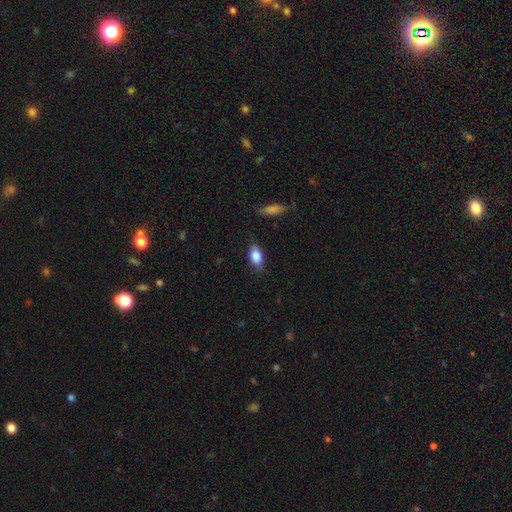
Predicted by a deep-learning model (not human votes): Overall: smooth (83%). How rounded: in between (88%). Merging: none (81%).